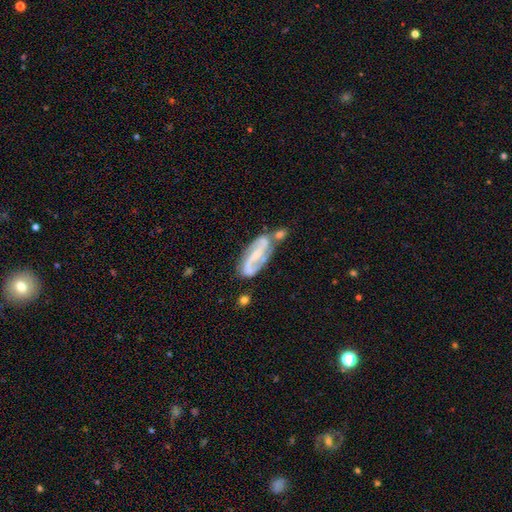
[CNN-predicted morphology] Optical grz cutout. It shows a featured or disk galaxy (81%) with a strong bar (43%), 2 (88%) medium (47%) spiral arms (93%) and a small central bulge (47%). Merging: none (49%).